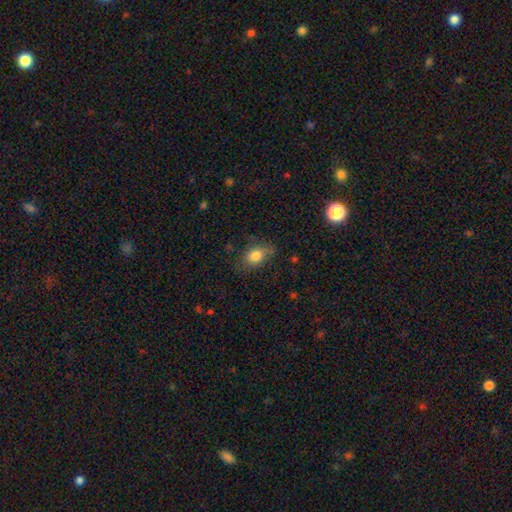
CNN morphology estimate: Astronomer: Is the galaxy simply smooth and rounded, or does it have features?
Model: smooth — 81%.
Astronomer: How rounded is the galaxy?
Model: in between — 80%.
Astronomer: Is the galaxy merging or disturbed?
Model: none — 69%.